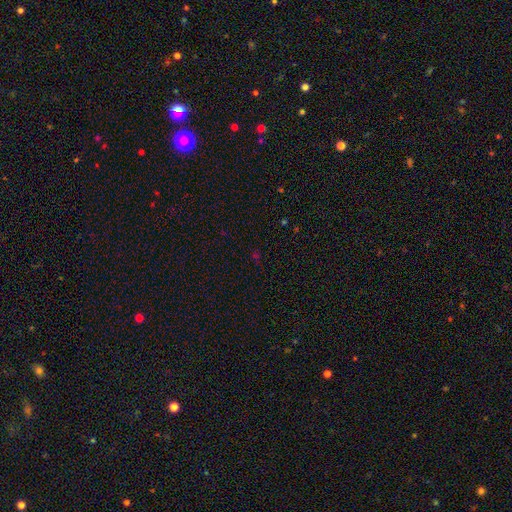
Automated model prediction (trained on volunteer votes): smooth_or_featured: star or artifact (p=0.63) [alt: smooth p=0.29]